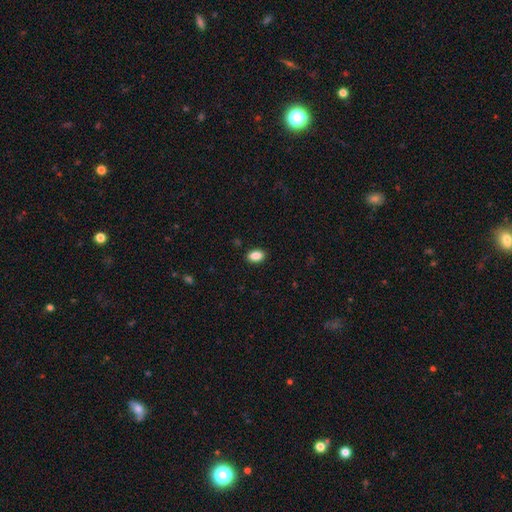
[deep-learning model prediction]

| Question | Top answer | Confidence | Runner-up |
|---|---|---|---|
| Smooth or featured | smooth | 88% | star or artifact (8%) |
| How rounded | in between | 86% | round (12%) |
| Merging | none | 90% | minor disturbance (7%) |